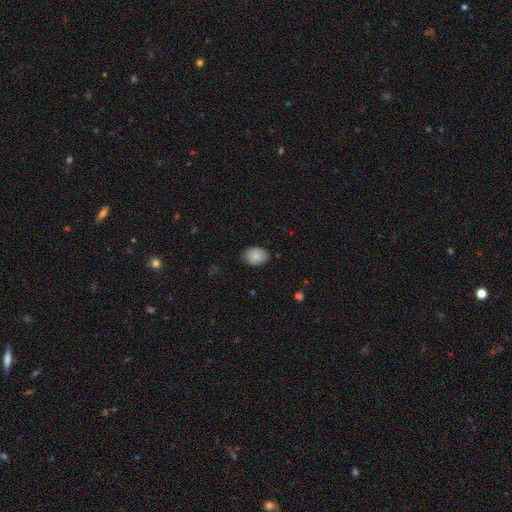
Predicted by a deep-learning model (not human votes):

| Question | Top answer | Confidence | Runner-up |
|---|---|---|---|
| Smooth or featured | smooth | 85% | featured or disk (8%) |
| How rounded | in between | 66% | round (33%) |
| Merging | none | 79% | minor disturbance (18%) |